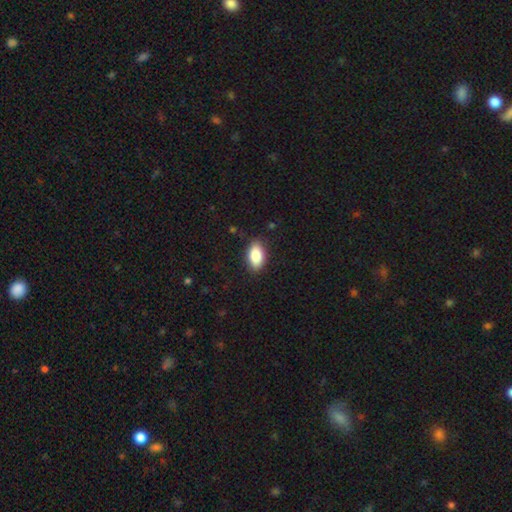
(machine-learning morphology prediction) A smooth galaxy with no disk features (86%) that is in between round and cigar-shaped (92%). Merging: none (86%).